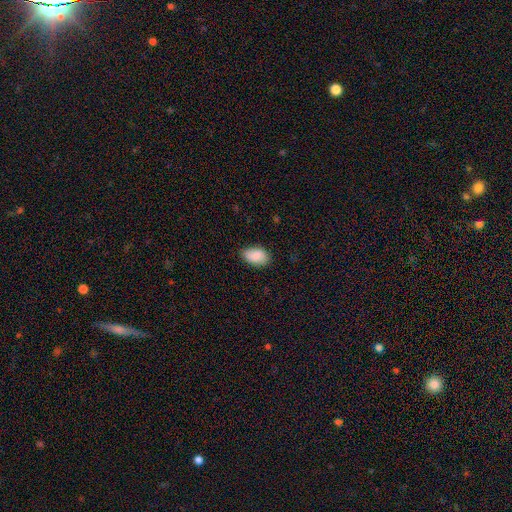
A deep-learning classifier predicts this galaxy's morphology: This is clearly a smooth galaxy (88%). How rounded: clearly in between (91%). Merging: likely none (77%).